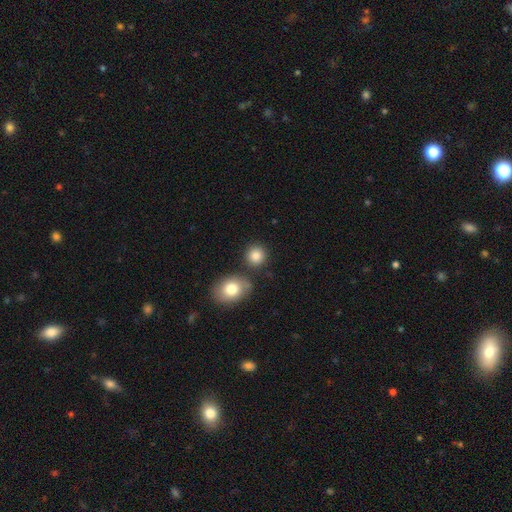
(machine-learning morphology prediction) A smooth galaxy with no disk features (84%) that is round (86%). Merging: none (78%).